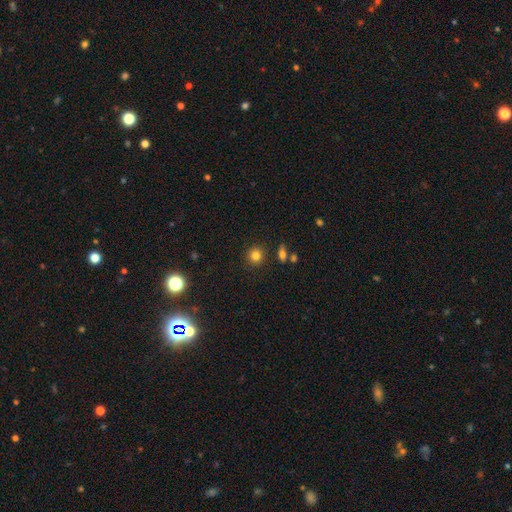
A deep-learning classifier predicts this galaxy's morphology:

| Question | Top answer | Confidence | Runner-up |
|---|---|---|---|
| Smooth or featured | smooth | 81% | star or artifact (13%) |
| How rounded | round | 90% | in between (9%) |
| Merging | none | 87% | minor disturbance (7%) |